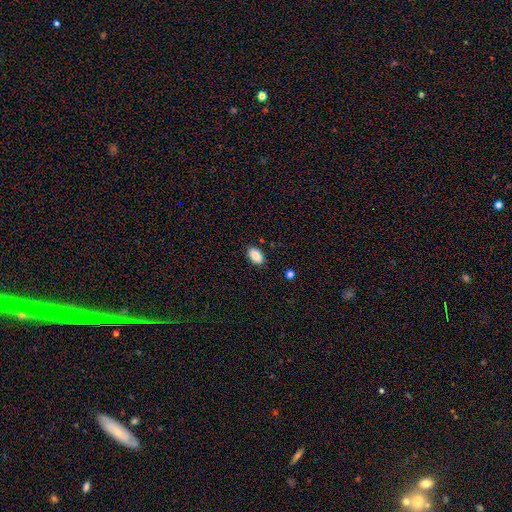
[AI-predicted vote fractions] A smooth galaxy with no disk features (88%) that is in between round and cigar-shaped (93%).

Vote fractions:
- Smooth or featured? smooth: 88% / star or artifact: 8% / featured or disk: 4%
- How rounded? in between: 93% / round: 6% / cigar-shaped: 2%
- Merging? none: 87% / minor disturbance: 10% / major disturbance: 2% / merger: 1%